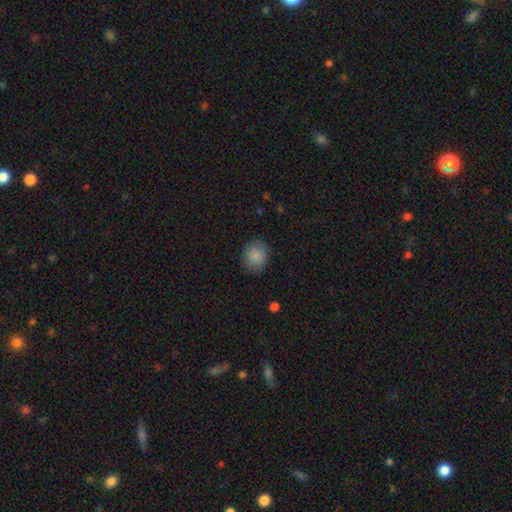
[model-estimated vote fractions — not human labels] smooth 87%, star or artifact 8%, featured or disk 5%. Down the decision tree: how rounded — round (66%); merging — none (83%).